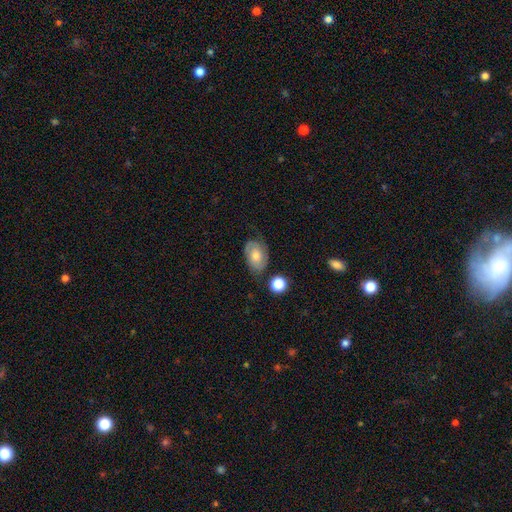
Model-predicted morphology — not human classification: type=featured or disk (47%); merging=none (70%).